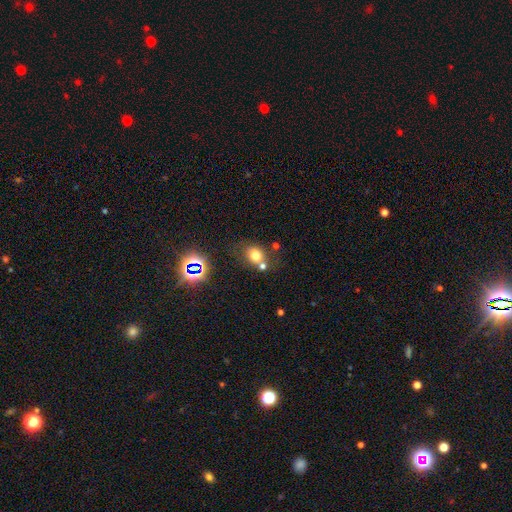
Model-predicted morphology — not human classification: Overall: smooth (71%). How rounded: round (62%; in between 37%). Merging: none (56%; merger 26%).